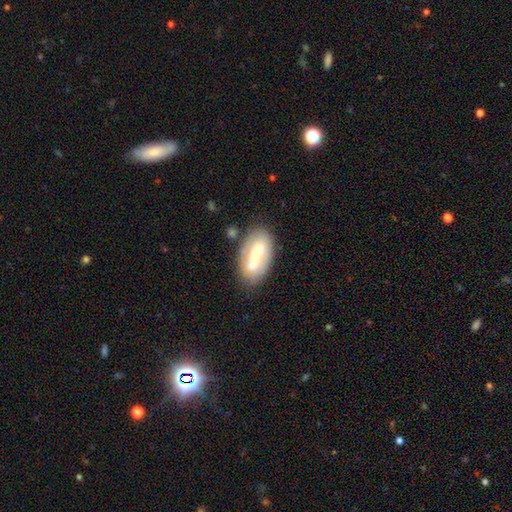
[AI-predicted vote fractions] smooth-or-featured: featured or disk: 59% | smooth: 35% | star or artifact: 7%
  disk-edge-on: no: 91% | yes: 9%
    bar: no: 35% | weak: 34% | strong: 31%
    has-spiral-arms: yes: 60% | no: 40%
    bulge-size: small: 51% | moderate: 42% | large: 4% | none: 2% | dominant: 1%
  merging: none: 71% | minor disturbance: 16% | merger: 8% | major disturbance: 5%